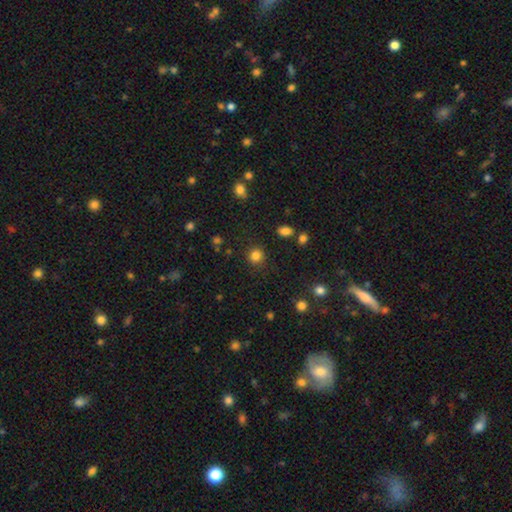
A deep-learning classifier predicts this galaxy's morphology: A smooth galaxy with no disk features (83%) that is round (89%). Merging: none (87%).